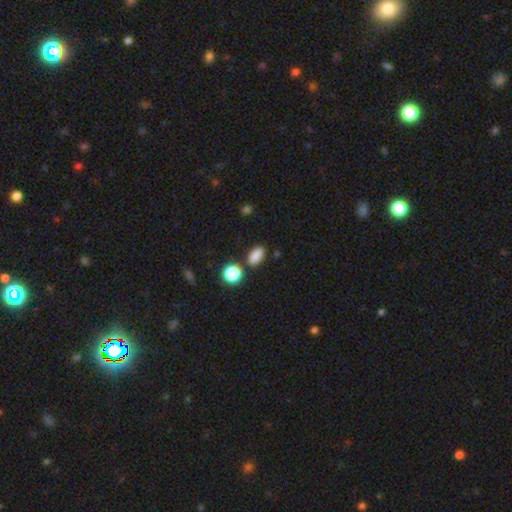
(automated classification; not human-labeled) Smooth or featured? Predicted: smooth (p=0.83). How rounded? Predicted: in between (p=0.85). Merging? Predicted: none (p=0.81).